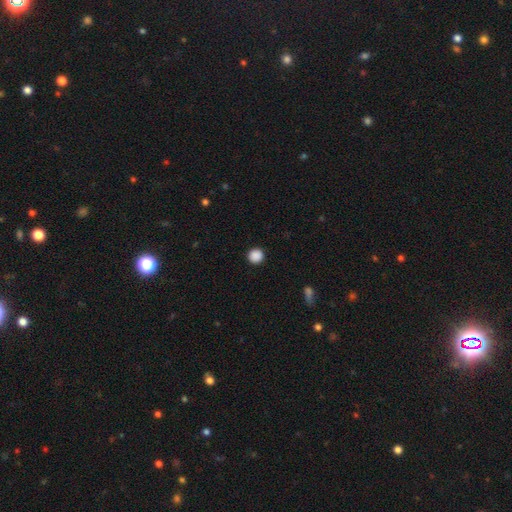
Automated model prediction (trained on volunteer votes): A smooth galaxy with no disk features (89%) that is round (94%). Merging: none (93%).